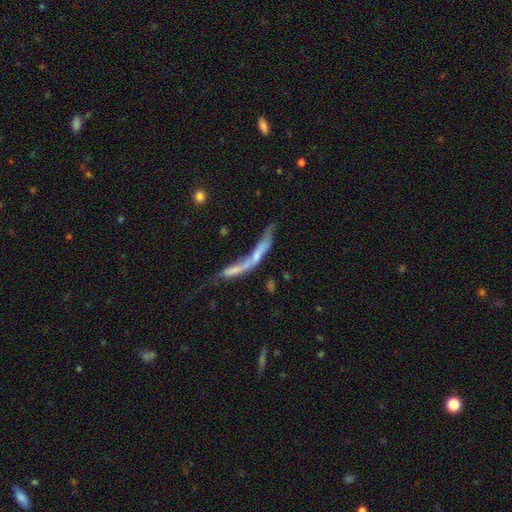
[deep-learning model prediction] Q: Smooth or featured?
A: featured or disk (51%); runner-up: smooth (37%)
Q: Edge-on disk?
A: no (62%); runner-up: yes (38%)
Q: Merging?
A: merger (56%); runner-up: major disturbance (20%)